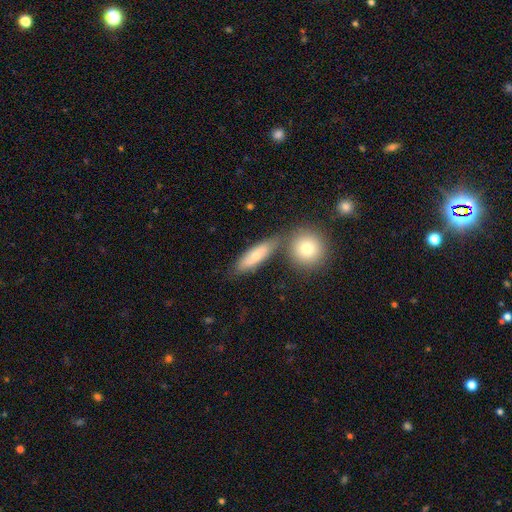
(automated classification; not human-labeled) This is likely a smooth galaxy (70%). How rounded: possibly in between (48%). Merging: likely none (62%).